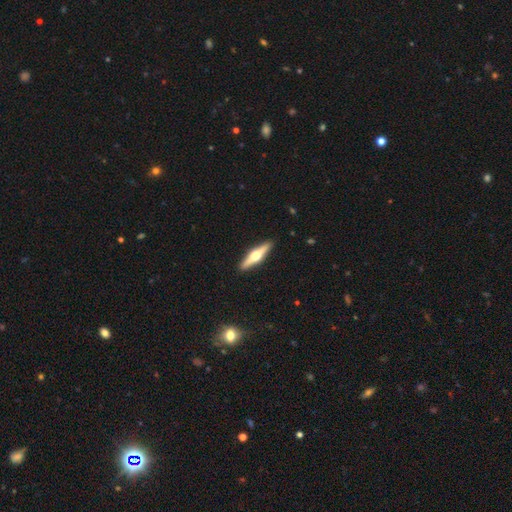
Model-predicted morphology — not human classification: smooth_or_featured: featured or disk (p=0.69) [alt: smooth p=0.26]
disk_edge_on: yes (p=0.97) [alt: no p=0.03]
edge_on_bulge: rounded (p=0.96) [alt: boxy p=0.02]
merging: none (p=0.92) [alt: minor disturbance p=0.06]